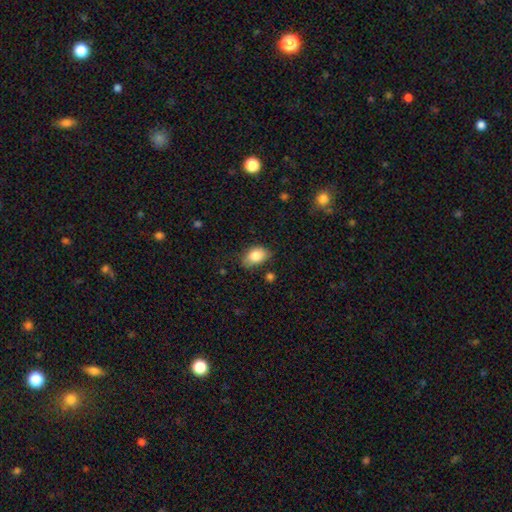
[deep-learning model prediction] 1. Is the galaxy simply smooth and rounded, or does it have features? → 83% smooth, 9% featured or disk, 8% star or artifact.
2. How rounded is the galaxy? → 85% in between, 13% round, 1% cigar-shaped.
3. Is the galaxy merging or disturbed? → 71% none, 22% minor disturbance, 4% major disturbance, 3% merger.